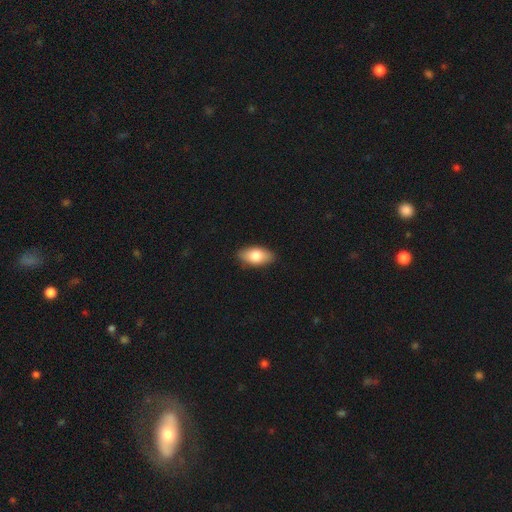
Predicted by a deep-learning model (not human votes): This appears to be a smooth galaxy with no disk features (79%) that is in between round and cigar-shaped (91%). Merging: none (88%).